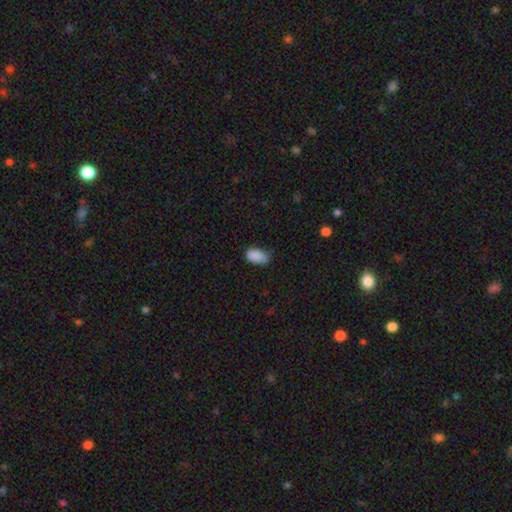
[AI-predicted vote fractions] Q: Smooth or featured?
A: smooth (87%); runner-up: star or artifact (8%)
Q: How rounded?
A: in between (93%); runner-up: round (6%)
Q: Merging?
A: none (50%); runner-up: minor disturbance (40%)